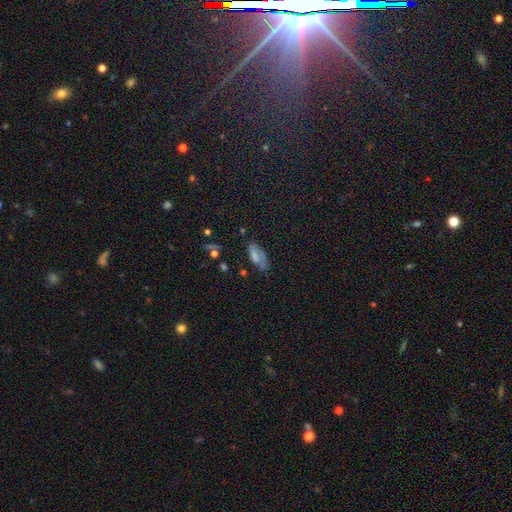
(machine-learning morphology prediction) Overall: smooth (63%). How rounded: in between (80%). Merging: none (49%; minor disturbance 31%).